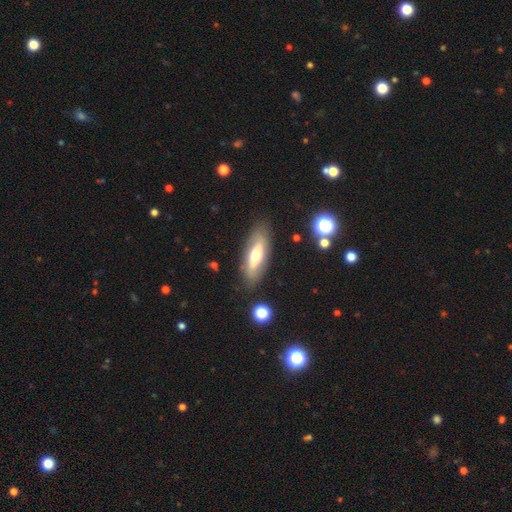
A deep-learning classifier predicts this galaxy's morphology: The model was most divided on "smooth or featured": smooth: 47%, featured or disk: 46%, star or artifact: 7%. More confident: merging — none (82%).